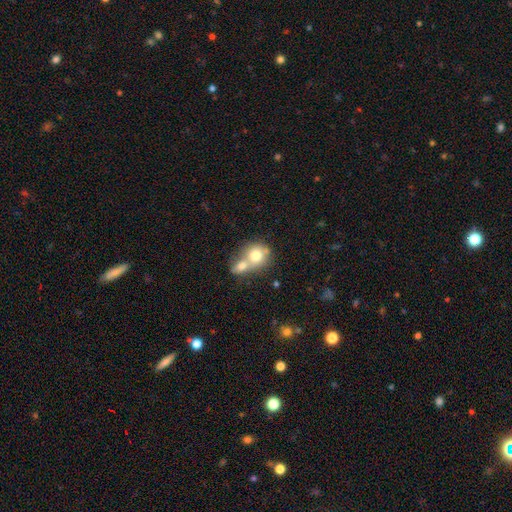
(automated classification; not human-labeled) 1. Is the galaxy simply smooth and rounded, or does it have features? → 73% smooth, 18% featured or disk, 9% star or artifact.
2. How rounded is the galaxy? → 74% round, 25% in between, 1% cigar-shaped.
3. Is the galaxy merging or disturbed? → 66% merger, 24% none, 7% minor disturbance, 3% major disturbance.